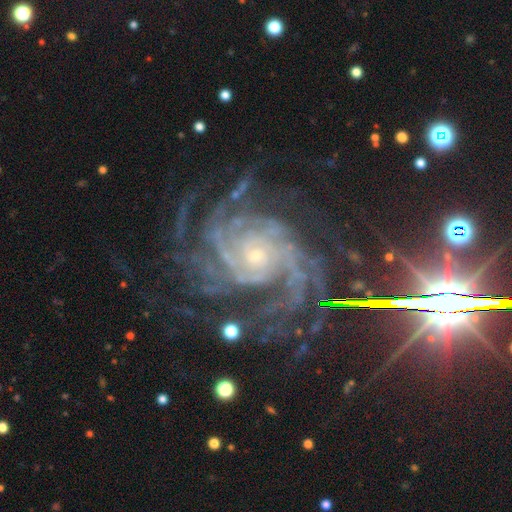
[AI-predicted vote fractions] Smooth or featured? Predicted: featured or disk (p=0.86). Edge-on disk? Predicted: no (p=0.97). Bar? Predicted: no (p=0.72). Spiral arms? Predicted: yes (p=0.98). Spiral winding? Predicted: tight (p=0.65). Spiral arm count? Predicted: more than 4 (p=0.25). Bulge size? Predicted: small (p=0.74). Merging? Predicted: none (p=0.70).